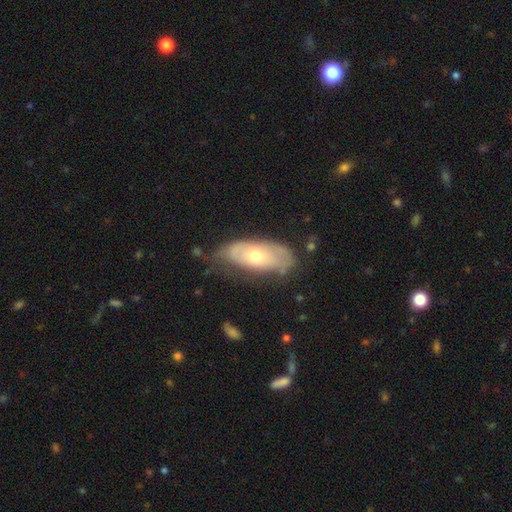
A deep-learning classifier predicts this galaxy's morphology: A smooth galaxy with no disk features (50%) that is in between round and cigar-shaped (86%). Merging: none (54%).